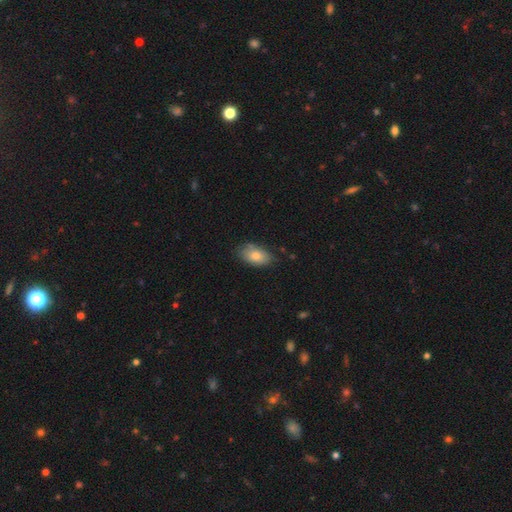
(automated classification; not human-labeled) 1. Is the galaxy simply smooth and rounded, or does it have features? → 78% smooth, 15% featured or disk, 7% star or artifact.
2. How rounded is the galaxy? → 92% in between, 5% round, 2% cigar-shaped.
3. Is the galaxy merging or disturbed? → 76% none, 19% minor disturbance, 3% major disturbance, 2% merger.